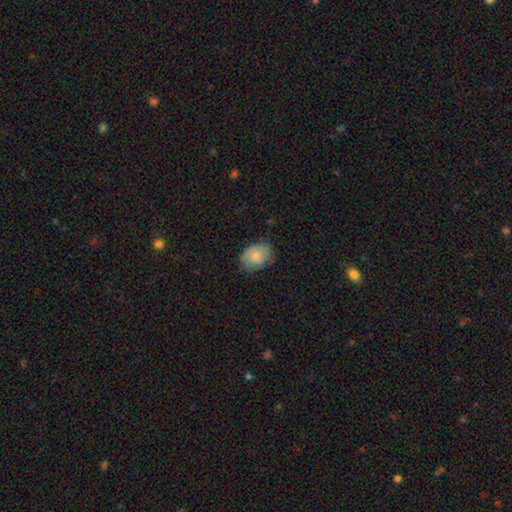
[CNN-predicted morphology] smooth-or-featured: smooth: 78% | featured or disk: 14% | star or artifact: 7%
  how-rounded: in between: 68% | round: 31% | cigar-shaped: 1%
  merging: none: 70% | minor disturbance: 24% | major disturbance: 5% | merger: 1%